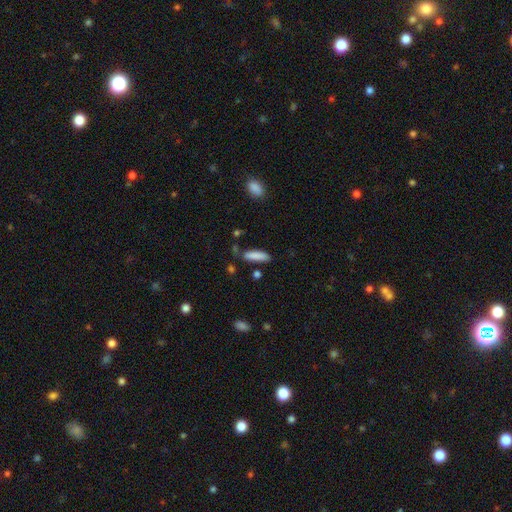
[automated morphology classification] Overall: smooth (86%). How rounded: cigar-shaped (63%; in between 35%). Merging: none (79%).